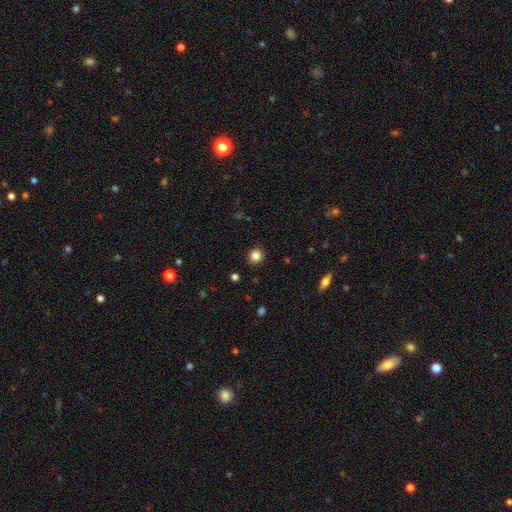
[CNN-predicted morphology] Smooth or featured?
  - smooth: 83% *
  - star or artifact: 12%
  - featured or disk: 5%
How rounded?
  - round: 90% *
  - in between: 9%
  - cigar-shaped: 1%
Merging?
  - none: 91% *
  - minor disturbance: 6%
  - major disturbance: 2%
  - merger: 1%